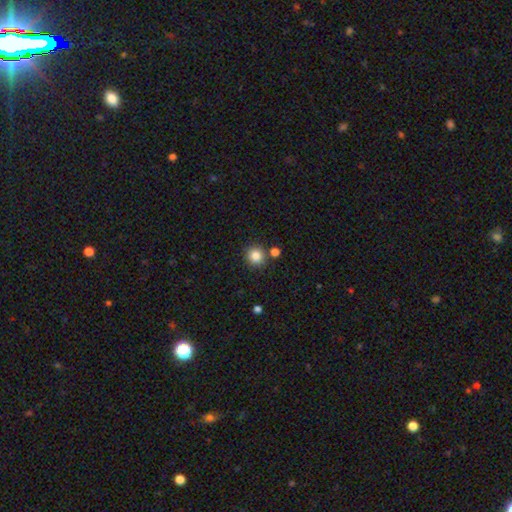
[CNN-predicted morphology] This appears to be a smooth galaxy with no disk features (84%) that is round (92%). Merging: none (81%).